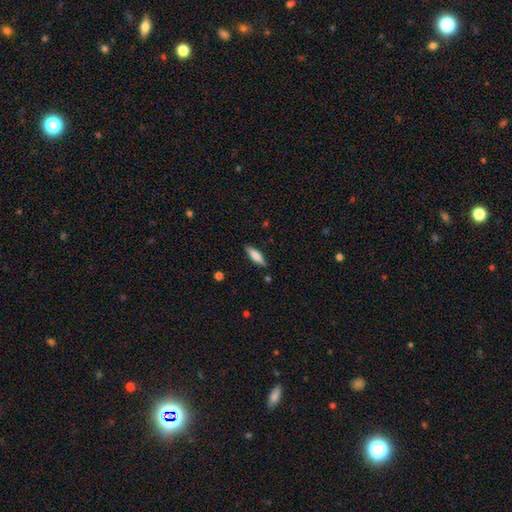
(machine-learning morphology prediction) Smooth or featured: smooth — 74% (featured or disk — 20%)
How rounded: cigar-shaped — 61% (in between — 37%)
Merging: none — 86% (minor disturbance — 11%)